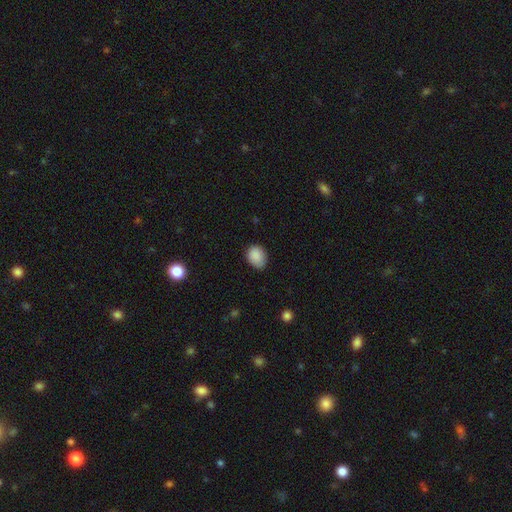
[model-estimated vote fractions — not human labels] Smooth or featured: smooth — 88% (star or artifact — 8%)
How rounded: in between — 60% (round — 39%)
Merging: none — 72% (minor disturbance — 23%)